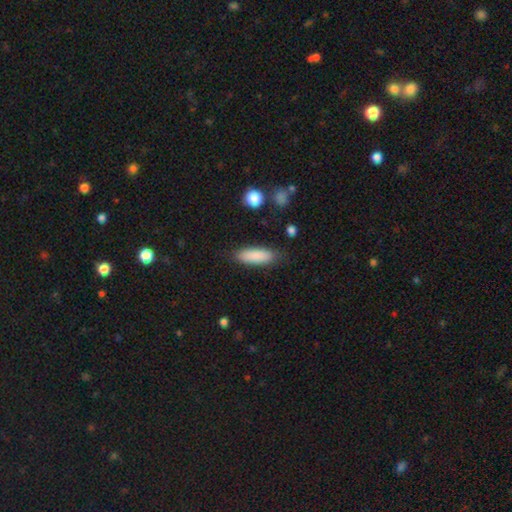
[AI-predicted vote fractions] Morphology: type=smooth (87%); roundness=in between (52%); merging=none (84%).